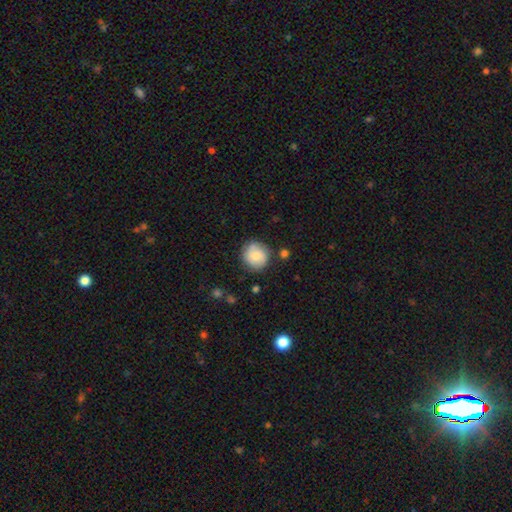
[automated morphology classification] Smooth or featured? smooth (71%)
How rounded? round (89%)
Merging? none (79%)